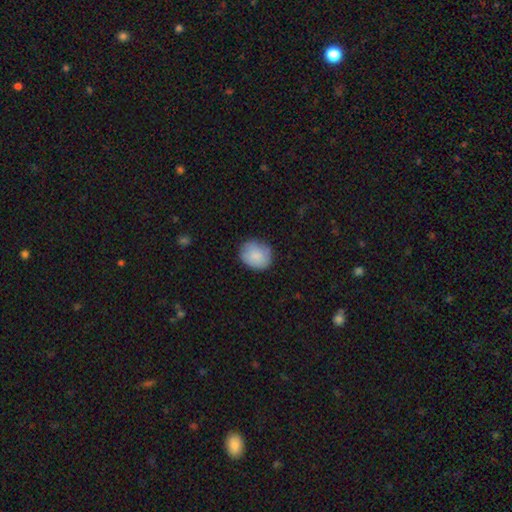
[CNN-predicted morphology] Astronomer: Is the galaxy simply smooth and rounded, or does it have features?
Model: smooth — 83%.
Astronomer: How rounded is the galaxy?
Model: round — 67%.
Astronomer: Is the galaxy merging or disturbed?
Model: none — 77%.